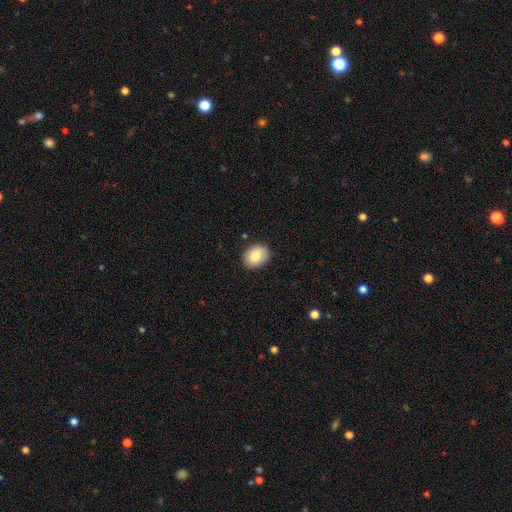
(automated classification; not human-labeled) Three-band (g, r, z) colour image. It shows a smooth galaxy with no disk features (85%) that is in between round and cigar-shaped (58%). Merging: none (86%).